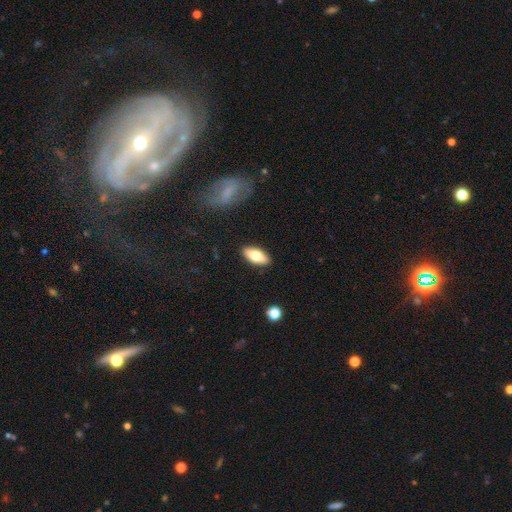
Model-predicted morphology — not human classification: Smooth or featured?
  - smooth: 74% *
  - featured or disk: 20%
  - star or artifact: 7%
How rounded?
  - in between: 86% *
  - cigar-shaped: 12%
  - round: 3%
Merging?
  - none: 88% *
  - minor disturbance: 9%
  - major disturbance: 2%
  - merger: 1%